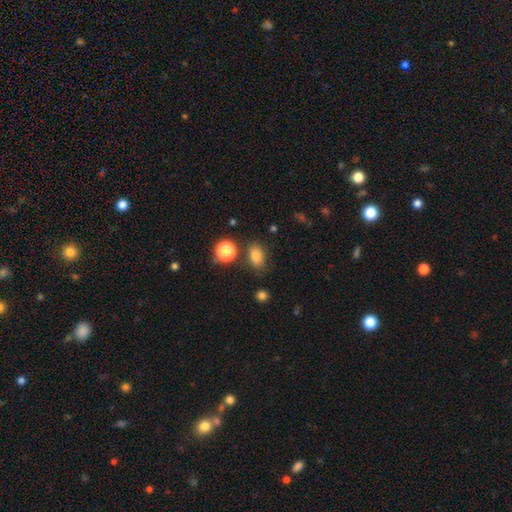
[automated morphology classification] smooth 82%, star or artifact 13%, featured or disk 5%. Down the decision tree: how rounded — in between (78%); merging — none (77%).